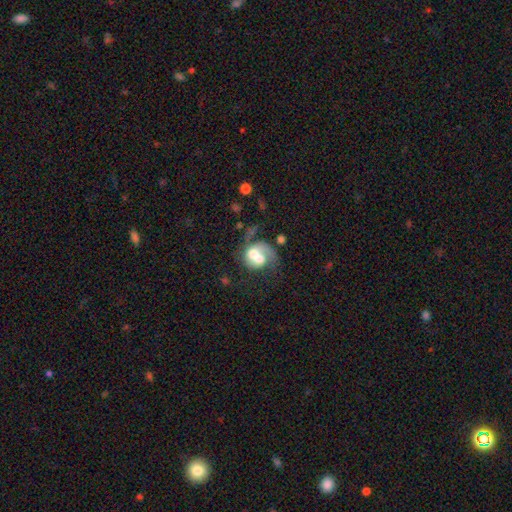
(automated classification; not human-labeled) A featured or disk galaxy (50%).

Vote fractions:
- Smooth or featured? featured or disk: 50% / smooth: 42% / star or artifact: 8%
- Edge-on disk? no: 97% / yes: 3%
- Merging? merger: 57% / major disturbance: 17% / none: 16% / minor disturbance: 9%